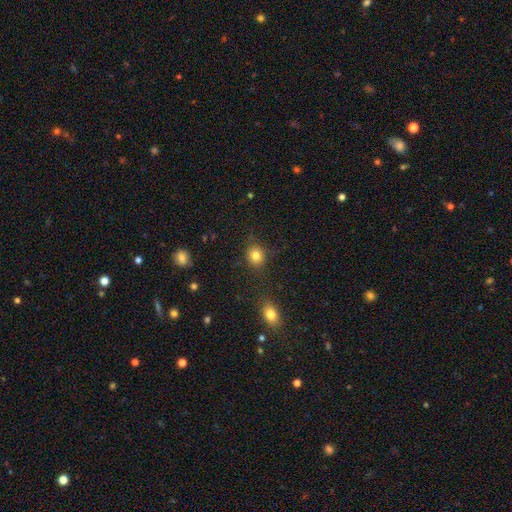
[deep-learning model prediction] Smooth or featured: smooth — 83% (star or artifact — 11%)
How rounded: round — 76% (in between — 24%)
Merging: none — 84% (minor disturbance — 10%)